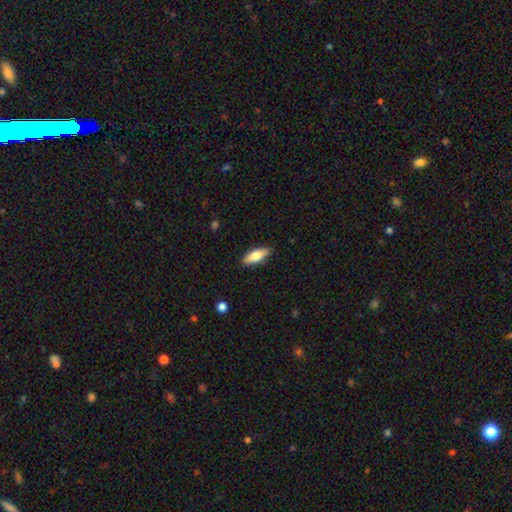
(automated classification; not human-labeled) Overall: smooth (74%). How rounded: in between (68%; cigar-shaped 29%). Merging: none (87%).